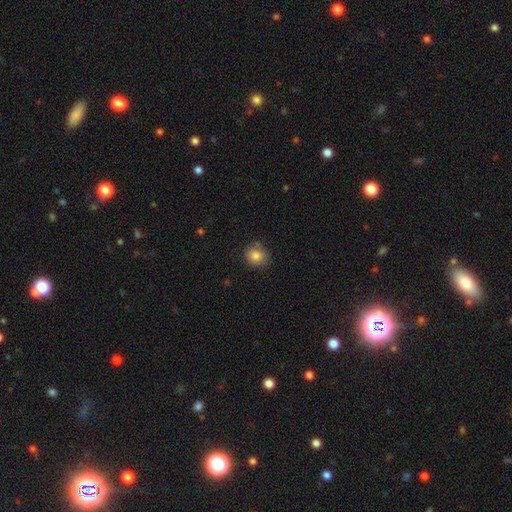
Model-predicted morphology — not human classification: smooth 84%, star or artifact 10%, featured or disk 6%. Down the decision tree: how rounded — round (80%); merging — none (79%).